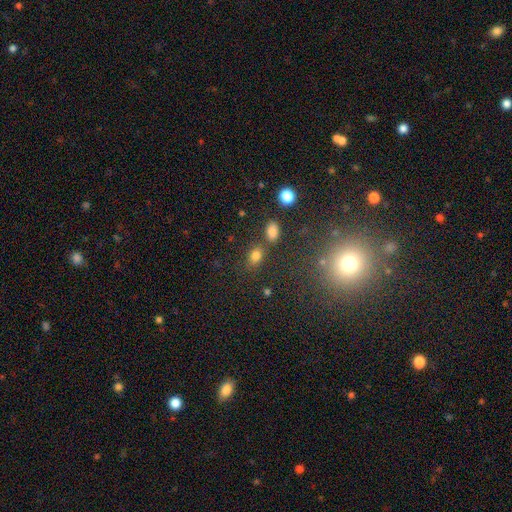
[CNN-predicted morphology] Smooth or featured? smooth (78%)
How rounded? in between (75%)
Merging? none (66%)